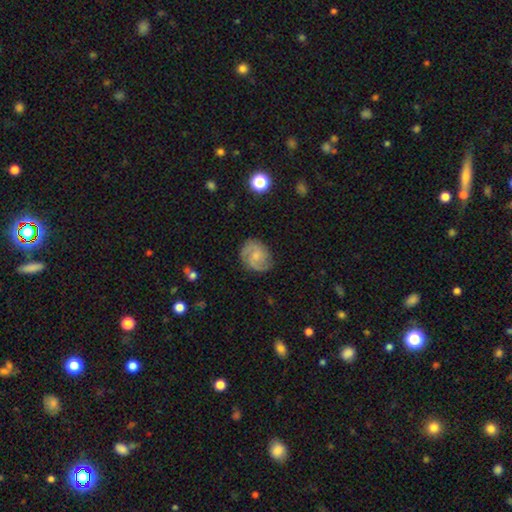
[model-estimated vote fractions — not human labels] smooth_or_featured: featured or disk (p=0.73) [alt: smooth p=0.20]
disk_edge_on: no (p=0.98) [alt: yes p=0.02]
bar: no (p=0.54) [alt: weak p=0.41]
has_spiral_arms: yes (p=0.95) [alt: no p=0.05]
spiral_winding: medium (p=0.50) [alt: tight p=0.35]
spiral_arm_count: 2 (p=0.72) [alt: 3 p=0.11]
bulge_size: small (p=0.52) [alt: moderate p=0.23]
merging: none (p=0.78) [alt: minor disturbance p=0.15]